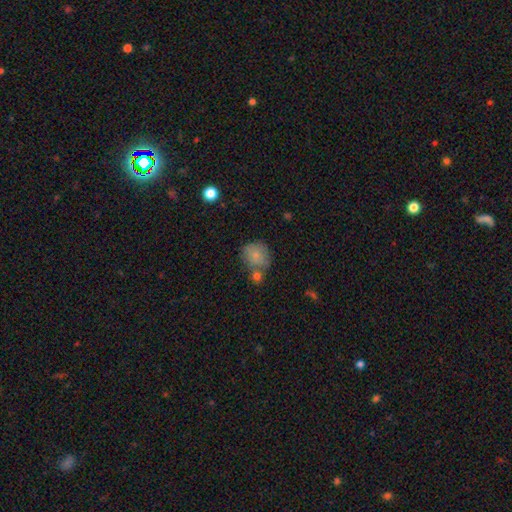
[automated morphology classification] Smooth or featured?
  - smooth: 78% *
  - featured or disk: 13%
  - star or artifact: 8%
How rounded?
  - round: 75% *
  - in between: 24%
  - cigar-shaped: 1%
Merging?
  - none: 46% *
  - merger: 30%
  - minor disturbance: 18%
  - major disturbance: 7%